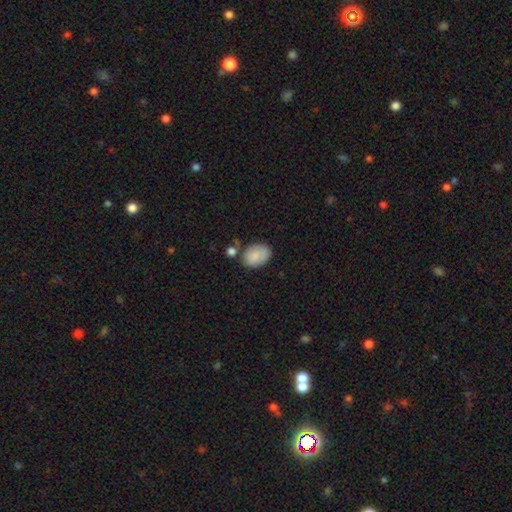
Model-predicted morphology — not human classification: Overall: smooth (82%). How rounded: in between (80%). Merging: none (60%; minor disturbance 22%).